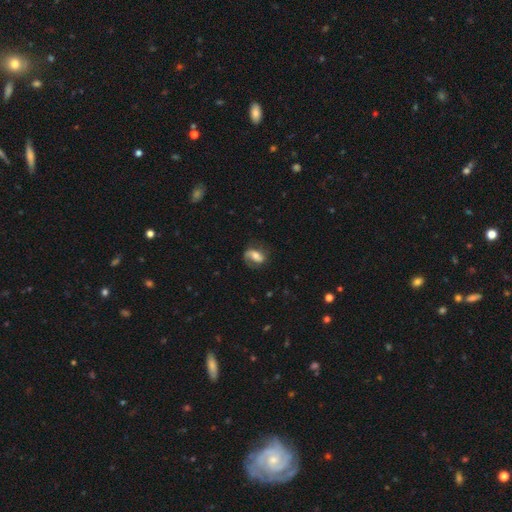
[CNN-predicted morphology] This is likely a featured or disk galaxy (61%). It is clearly not viewed edge-on (95%). Bar: marginally no (37%). Spiral arm pattern: clearly yes (86%). Central bulge: possibly moderate (56%). Merging: likely none (61%).